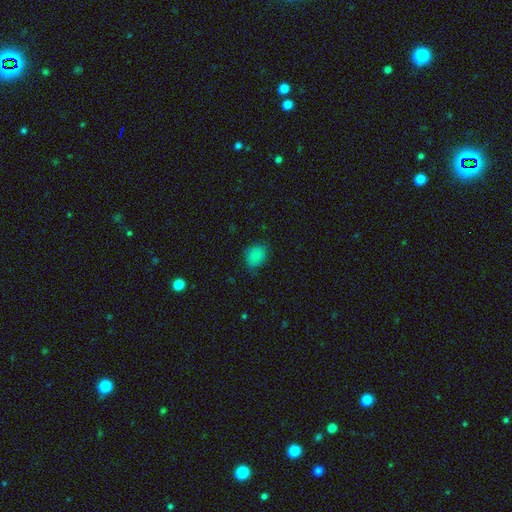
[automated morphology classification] A smooth galaxy with no disk features (84%) that is round (57%).

Vote fractions:
- Smooth or featured? smooth: 84% / star or artifact: 10% / featured or disk: 6%
- How rounded? round: 57% / in between: 42% / cigar-shaped: 1%
- Merging? none: 71% / minor disturbance: 23% / major disturbance: 4% / merger: 1%